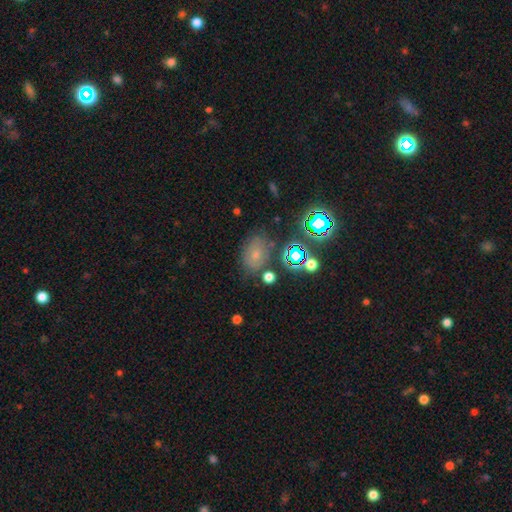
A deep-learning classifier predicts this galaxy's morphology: smooth_or_featured: smooth (p=0.56) [alt: star or artifact p=0.25]
how_rounded: in between (p=0.72) [alt: round p=0.27]
merging: none (p=0.69) [alt: minor disturbance p=0.17]